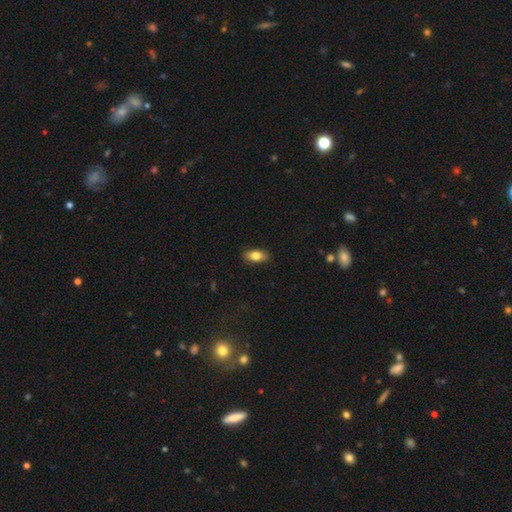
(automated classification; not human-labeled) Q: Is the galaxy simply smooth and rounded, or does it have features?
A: smooth — 81%.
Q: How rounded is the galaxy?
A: in between — 88%.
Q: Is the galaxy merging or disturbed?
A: none — 87%.